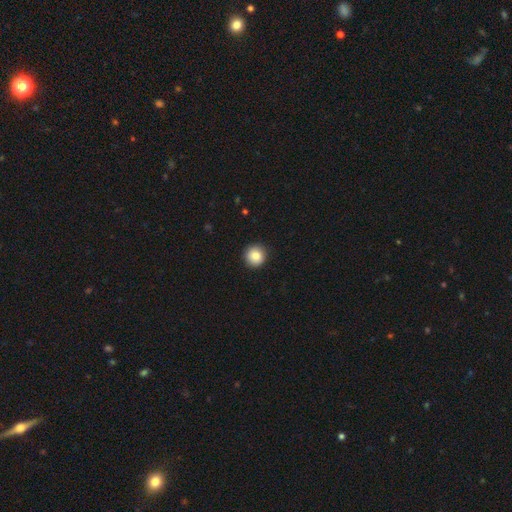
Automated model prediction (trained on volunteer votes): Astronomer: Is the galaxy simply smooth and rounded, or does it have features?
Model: smooth — 84%.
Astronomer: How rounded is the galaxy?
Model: round — 95%.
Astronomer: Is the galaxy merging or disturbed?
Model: none — 92%.